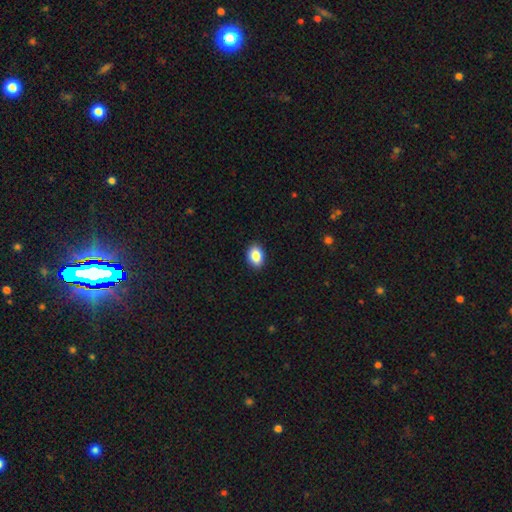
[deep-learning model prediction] Smooth or featured? Predicted: smooth (p=0.86). How rounded? Predicted: in between (p=0.77). Merging? Predicted: none (p=0.90).